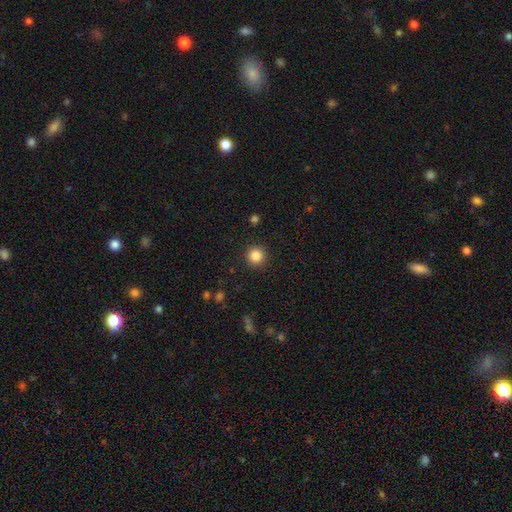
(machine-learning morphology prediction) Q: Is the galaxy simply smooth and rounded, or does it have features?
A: smooth — 85%.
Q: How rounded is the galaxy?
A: round — 95%.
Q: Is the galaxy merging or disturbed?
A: none — 92%.